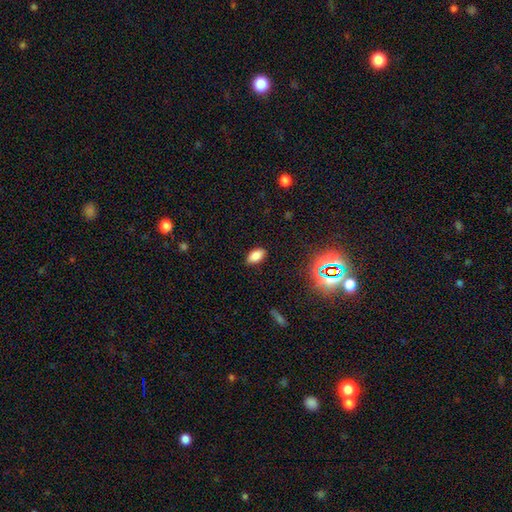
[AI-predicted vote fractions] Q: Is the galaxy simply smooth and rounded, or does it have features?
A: smooth — 78%.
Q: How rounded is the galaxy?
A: in between — 91%.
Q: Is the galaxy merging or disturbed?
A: none — 88%.